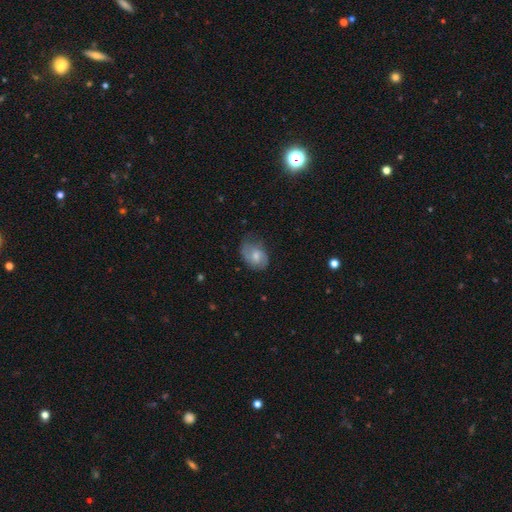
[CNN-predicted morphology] smooth_or_featured: featured or disk (p=0.50) [alt: smooth p=0.42]
disk_edge_on: no (p=0.96) [alt: yes p=0.04]
merging: none (p=0.53) [alt: minor disturbance p=0.32]